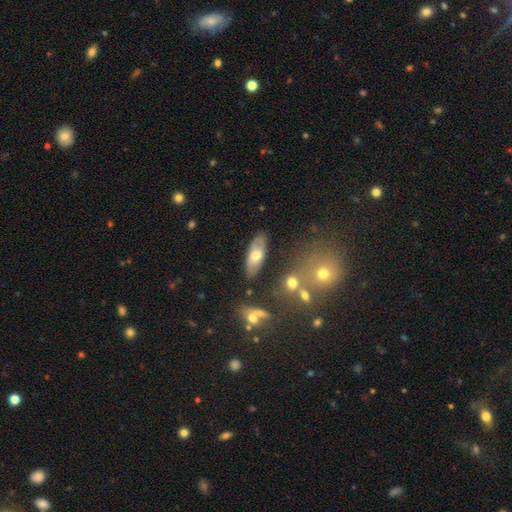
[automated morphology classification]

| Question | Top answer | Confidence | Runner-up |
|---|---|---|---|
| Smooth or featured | smooth | 52% | featured or disk (41%) |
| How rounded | in between | 78% | cigar-shaped (19%) |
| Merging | none | 79% | minor disturbance (14%) |